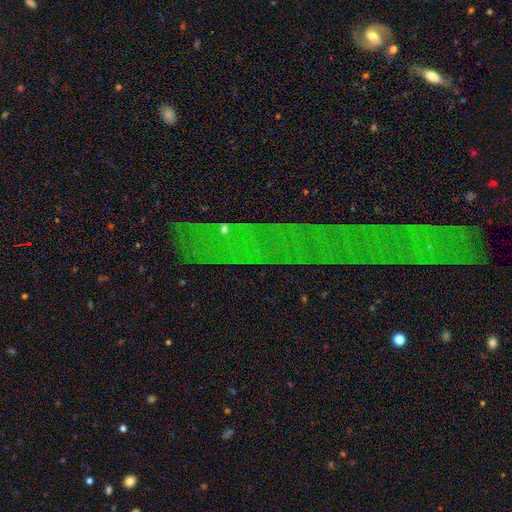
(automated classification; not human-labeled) The model was most divided on "smooth or featured": star or artifact: 80%, featured or disk: 11%, smooth: 9%.